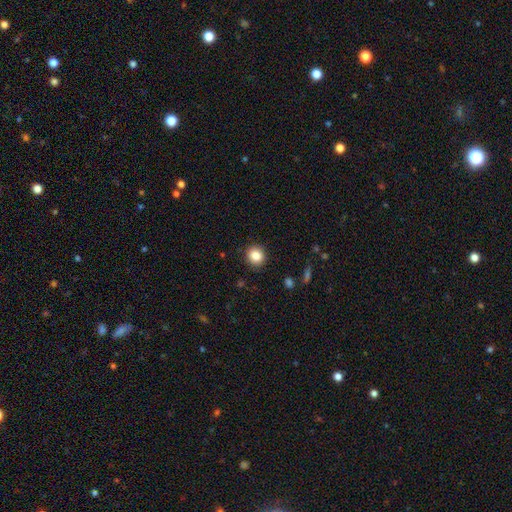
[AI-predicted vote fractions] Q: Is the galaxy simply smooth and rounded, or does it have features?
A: smooth — 85%.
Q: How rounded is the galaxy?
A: round — 85%.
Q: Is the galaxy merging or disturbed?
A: none — 90%.